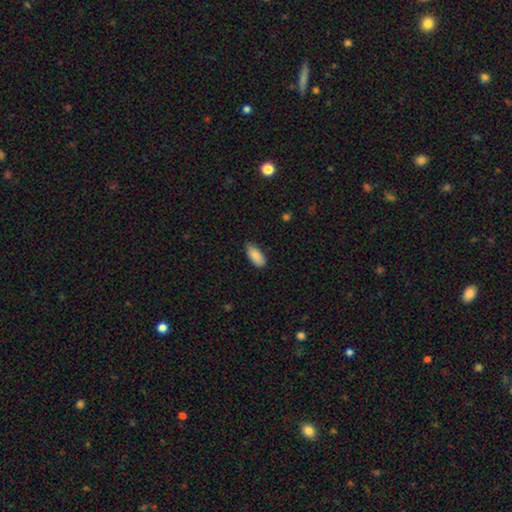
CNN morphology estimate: A smooth galaxy with no disk features (89%) that is in between round and cigar-shaped (90%). Merging: none (78%).